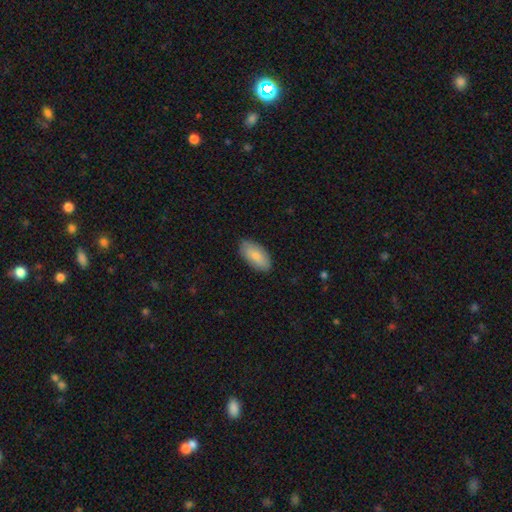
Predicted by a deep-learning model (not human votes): Smooth or featured: smooth — 80% (featured or disk — 15%)
How rounded: in between — 94% (cigar-shaped — 3%)
Merging: none — 84% (minor disturbance — 13%)